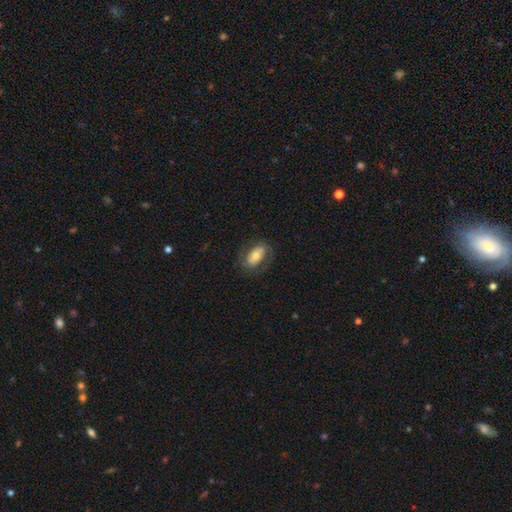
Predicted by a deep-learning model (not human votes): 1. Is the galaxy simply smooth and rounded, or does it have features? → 52% smooth, 41% featured or disk, 7% star or artifact.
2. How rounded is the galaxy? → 89% in between, 8% round, 3% cigar-shaped.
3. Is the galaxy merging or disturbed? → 73% none, 16% minor disturbance, 10% major disturbance, 1% merger.